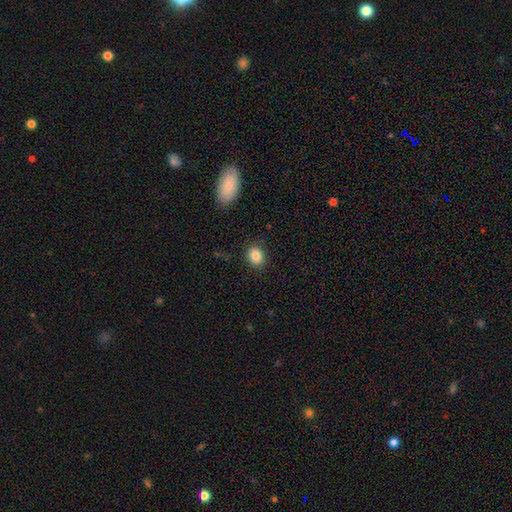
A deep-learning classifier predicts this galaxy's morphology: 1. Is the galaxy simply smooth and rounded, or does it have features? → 85% smooth, 9% star or artifact, 5% featured or disk.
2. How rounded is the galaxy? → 54% round, 45% in between, 1% cigar-shaped.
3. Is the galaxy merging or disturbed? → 86% none, 10% minor disturbance, 3% major disturbance, 1% merger.